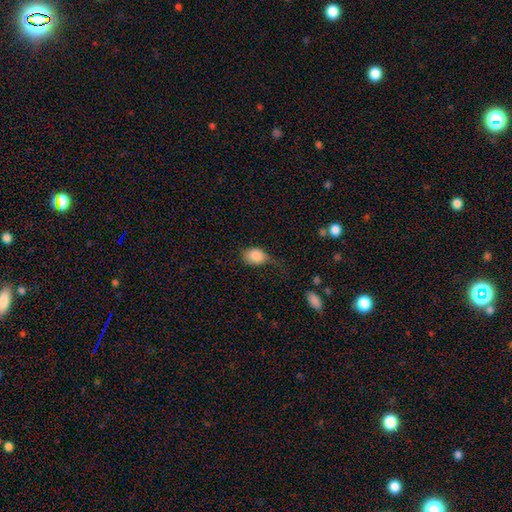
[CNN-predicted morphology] smooth 85%, featured or disk 8%, star or artifact 7%. Down the decision tree: how rounded — in between (73%); merging — minor disturbance (37%).